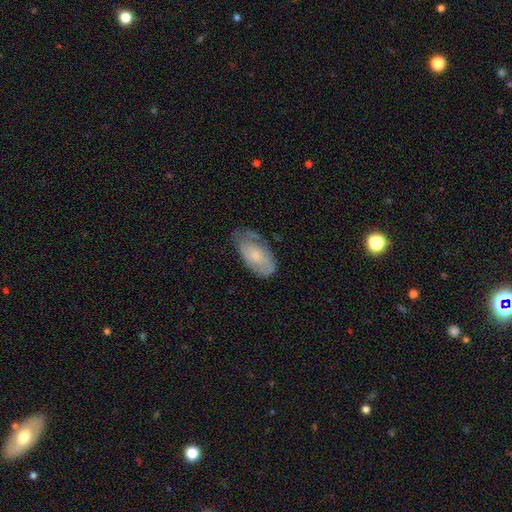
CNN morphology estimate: A smooth galaxy with no disk features (54%) that is in between round and cigar-shaped (93%). Merging: none (54%).